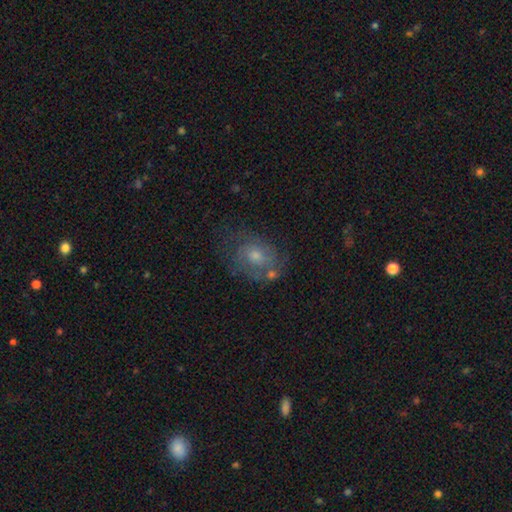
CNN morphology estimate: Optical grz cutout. It shows a featured or disk galaxy (57%) with no bar (72%), spiral arms (76%) and a moderate central bulge (56%). Merging: none (62%).